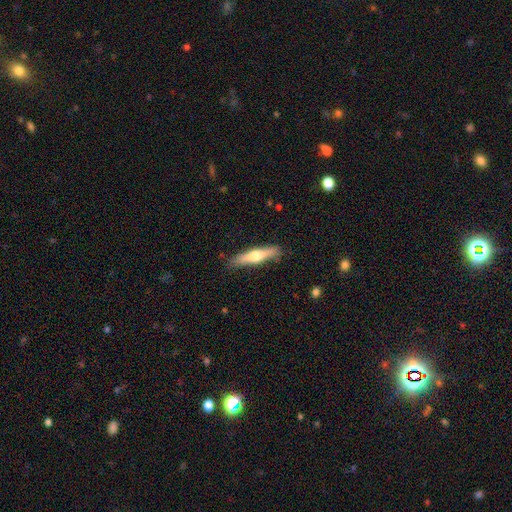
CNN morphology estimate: smooth 50%, featured or disk 45%, star or artifact 5%. Down the decision tree: how rounded — cigar-shaped (84%); merging — none (85%).